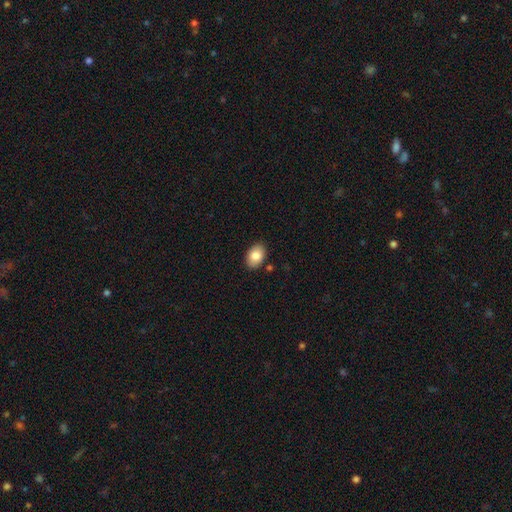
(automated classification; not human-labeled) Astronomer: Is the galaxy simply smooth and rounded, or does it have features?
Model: smooth — 84%.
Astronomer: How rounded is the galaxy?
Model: in between — 85%.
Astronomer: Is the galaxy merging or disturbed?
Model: none — 87%.